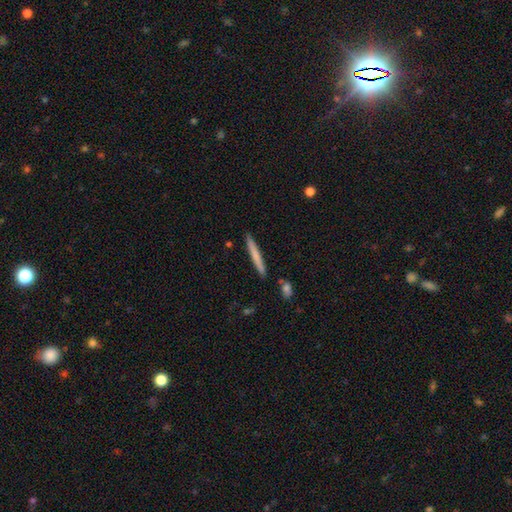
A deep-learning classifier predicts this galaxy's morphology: Smooth or featured: smooth — 67% (featured or disk — 28%)
How rounded: cigar-shaped — 97% (in between — 2%)
Merging: none — 89% (minor disturbance — 7%)